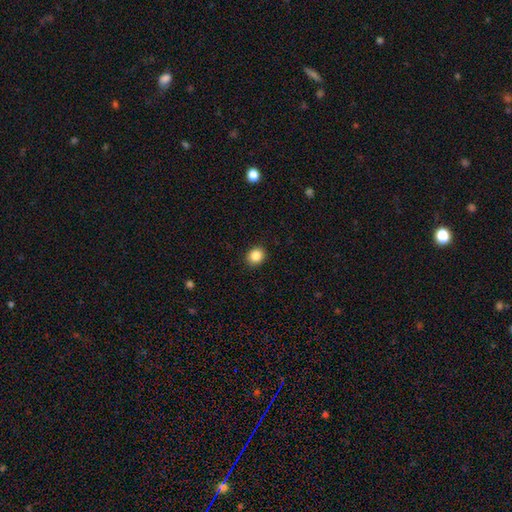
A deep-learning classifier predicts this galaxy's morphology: The model was most divided on "how rounded": round: 74%, in between: 25%, cigar-shaped: 1%. More confident: merging — none (91%); smooth or featured — smooth (87%).